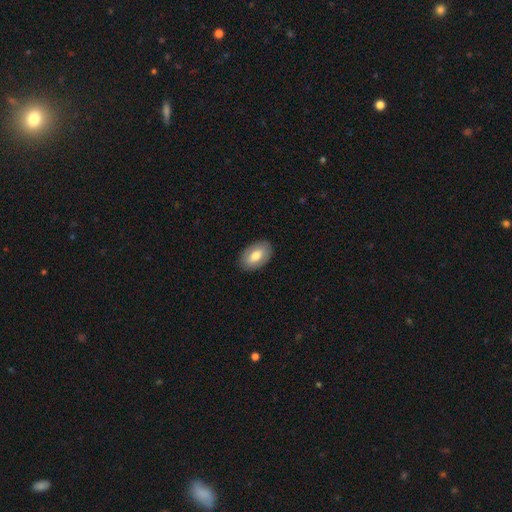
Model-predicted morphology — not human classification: Overall: smooth (69%). How rounded: in between (92%). Merging: none (88%).